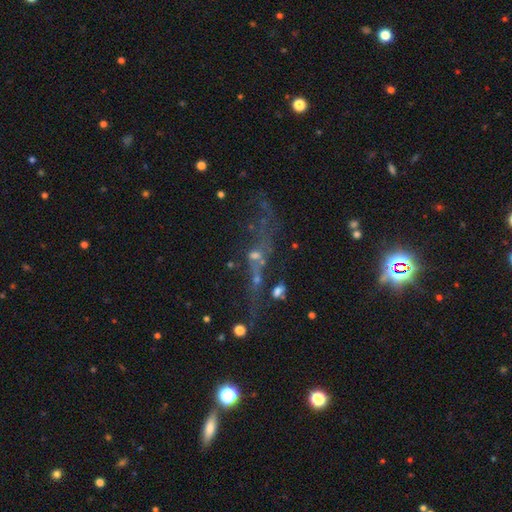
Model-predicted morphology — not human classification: star or artifact 41%, featured or disk 36%, smooth 23%.